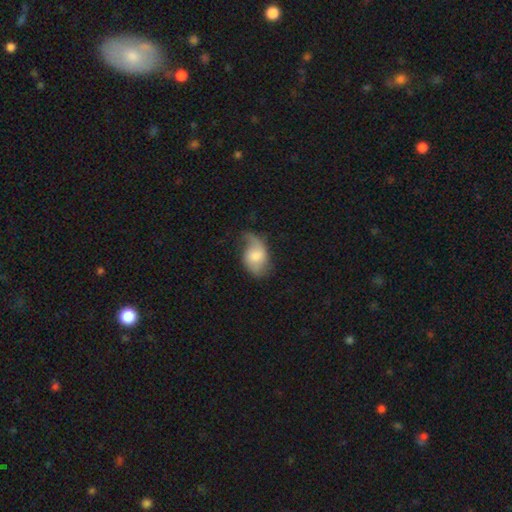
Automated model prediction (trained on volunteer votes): smooth_or_featured: smooth (p=0.49) [alt: featured or disk p=0.44]
merging: none (p=0.36) [alt: minor disturbance p=0.34]